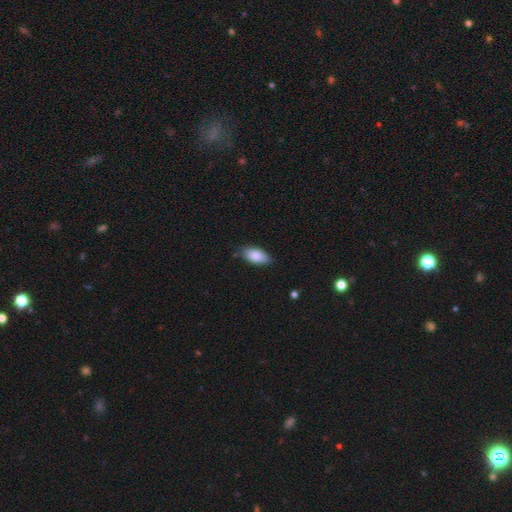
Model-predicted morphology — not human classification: smooth 86%, featured or disk 8%, star or artifact 6%. Down the decision tree: how rounded — in between (92%); merging — none (78%).